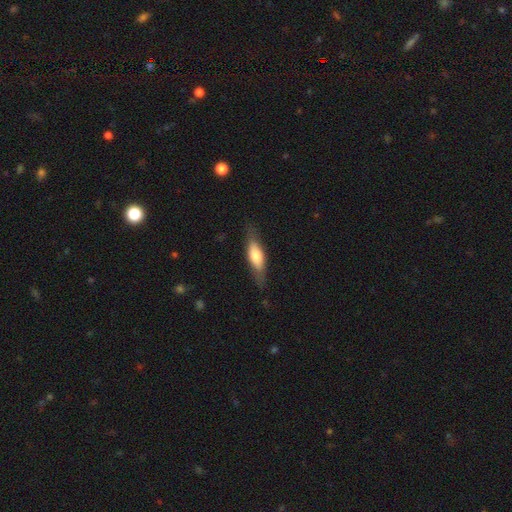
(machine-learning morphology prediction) type=smooth (59%); roundness=in between (50%); merging=none (76%).